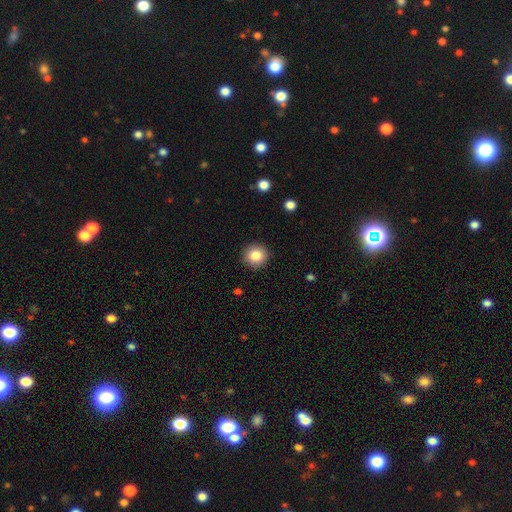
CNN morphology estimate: Overall: smooth (85%). How rounded: round (93%). Merging: none (91%).